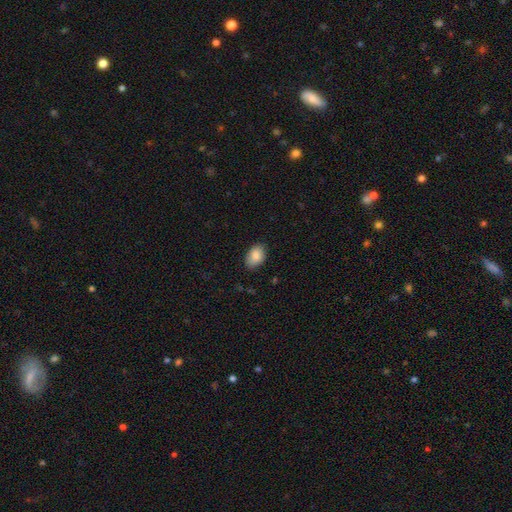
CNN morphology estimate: smooth-or-featured: smooth: 86% | featured or disk: 8% | star or artifact: 7%
  how-rounded: in between: 88% | round: 11% | cigar-shaped: 1%
  merging: none: 83% | minor disturbance: 14% | major disturbance: 2% | merger: 1%